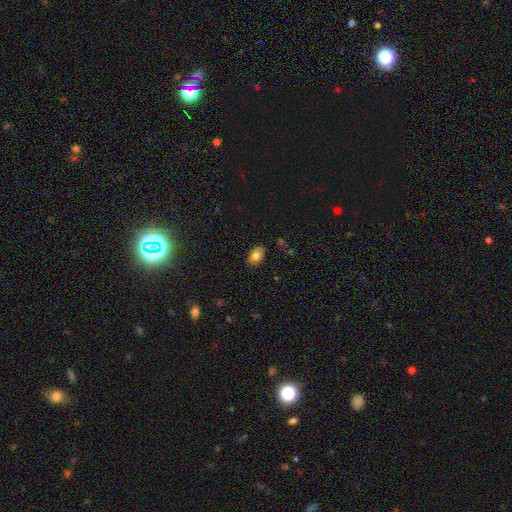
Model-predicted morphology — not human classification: smooth 80%, featured or disk 11%, star or artifact 8%. Down the decision tree: how rounded — in between (88%); merging — none (84%).